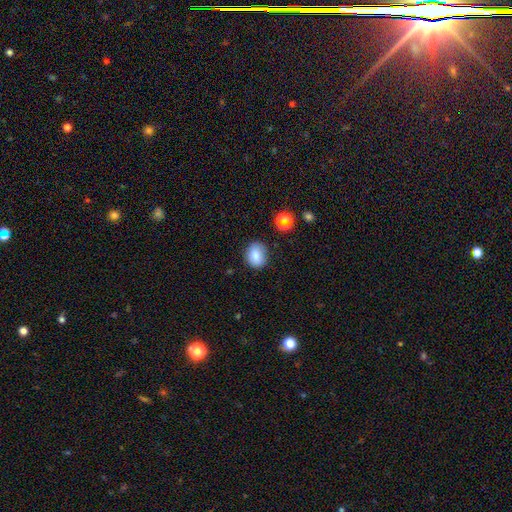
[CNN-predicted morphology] smooth 82%, star or artifact 10%, featured or disk 7%. Down the decision tree: how rounded — round (54%); merging — none (78%).